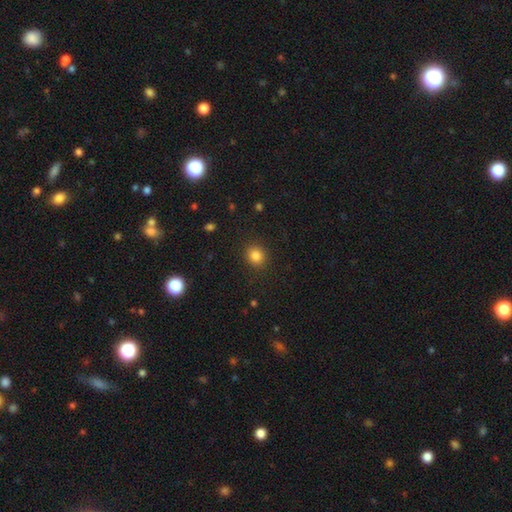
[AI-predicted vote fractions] Q: Smooth or featured?
A: smooth (84%); runner-up: star or artifact (12%)
Q: How rounded?
A: round (81%); runner-up: in between (18%)
Q: Merging?
A: none (90%); runner-up: minor disturbance (7%)